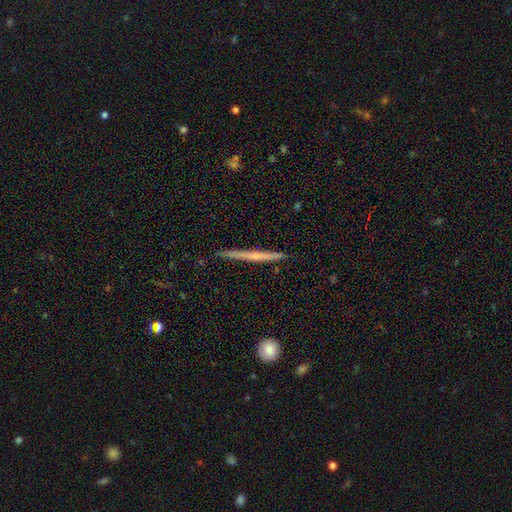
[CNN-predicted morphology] This is possibly a featured or disk galaxy (60%). It is clearly viewed edge-on (98%). Edge-on bulge: likely none (67%). Merging: clearly none (91%).